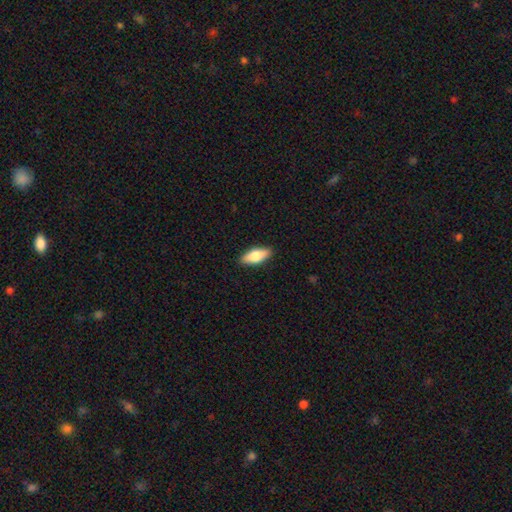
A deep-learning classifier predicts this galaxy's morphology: The model was most divided on "how rounded": in between: 78%, cigar-shaped: 19%, round: 3%. More confident: merging — none (89%); smooth or featured — smooth (77%).